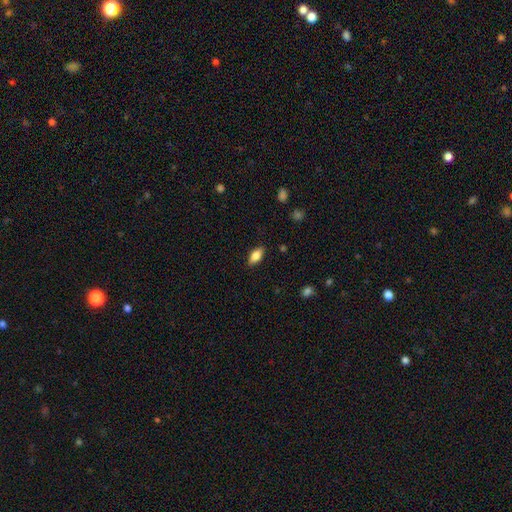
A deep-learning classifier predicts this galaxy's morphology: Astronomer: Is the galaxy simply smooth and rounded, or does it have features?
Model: smooth — 81%.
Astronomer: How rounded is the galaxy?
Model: in between — 88%.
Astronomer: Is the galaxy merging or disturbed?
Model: none — 86%.